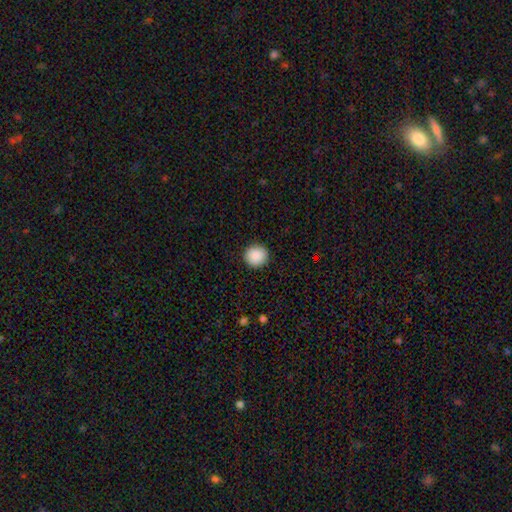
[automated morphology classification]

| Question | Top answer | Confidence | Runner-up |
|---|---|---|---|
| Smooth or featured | smooth | 89% | star or artifact (8%) |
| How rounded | round | 93% | in between (6%) |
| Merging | none | 92% | minor disturbance (5%) |